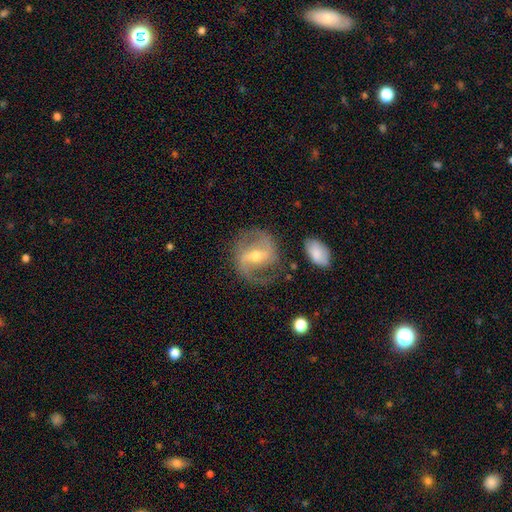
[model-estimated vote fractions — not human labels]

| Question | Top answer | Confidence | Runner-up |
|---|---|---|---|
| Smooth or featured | featured or disk | 86% | smooth (8%) |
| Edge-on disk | no | 97% | yes (3%) |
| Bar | strong | 44% | weak (41%) |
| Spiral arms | yes | 95% | no (5%) |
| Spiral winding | medium | 52% | loose (31%) |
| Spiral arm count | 2 | 88% | can't tell (4%) |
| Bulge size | moderate | 56% | small (40%) |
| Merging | none | 74% | minor disturbance (15%) |